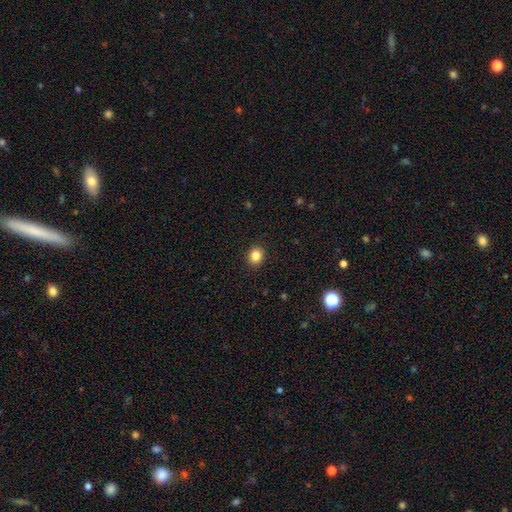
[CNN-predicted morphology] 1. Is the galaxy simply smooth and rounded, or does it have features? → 84% smooth, 11% star or artifact, 4% featured or disk.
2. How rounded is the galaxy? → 76% round, 23% in between, 1% cigar-shaped.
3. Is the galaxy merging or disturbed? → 92% none, 5% minor disturbance, 2% major disturbance, 1% merger.